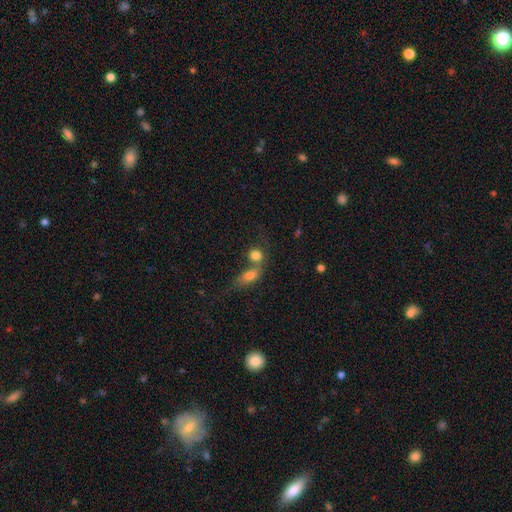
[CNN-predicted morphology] This appears to be a smooth galaxy with no disk features (79%) that is round (63%). Merging: merger (59%).